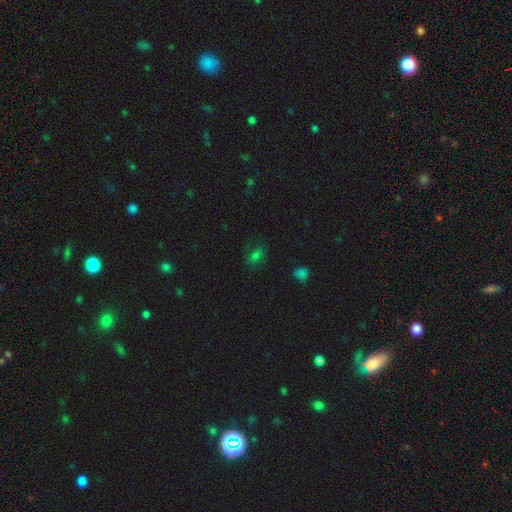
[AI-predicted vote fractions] Smooth or featured? smooth (67%)
How rounded? in between (72%)
Merging? none (70%)